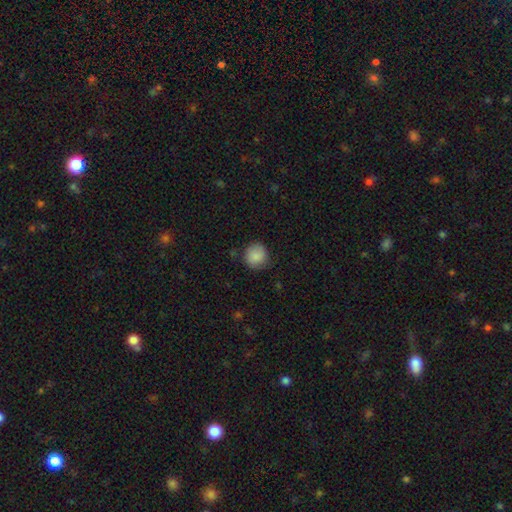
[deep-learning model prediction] A smooth galaxy with no disk features (87%) that is round (90%). Merging: none (80%).